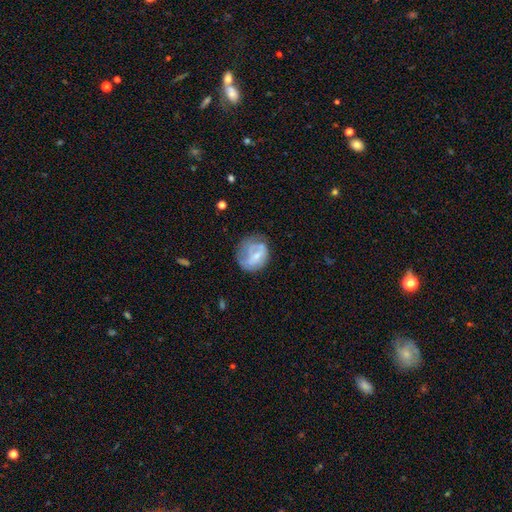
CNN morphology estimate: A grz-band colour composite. It shows a featured or disk galaxy (51%). Merging: none (45%).